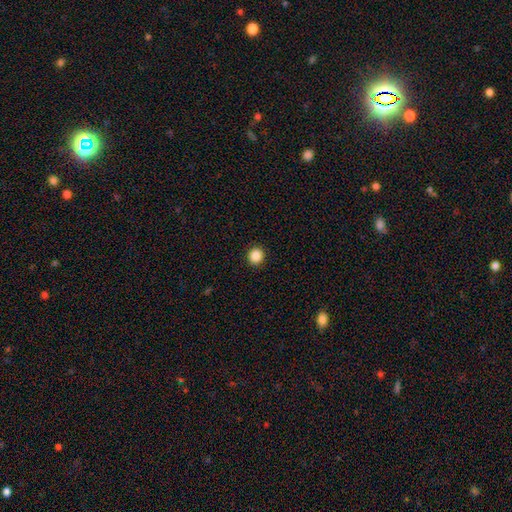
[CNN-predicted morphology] Overall: smooth (88%). How rounded: round (91%). Merging: none (93%).